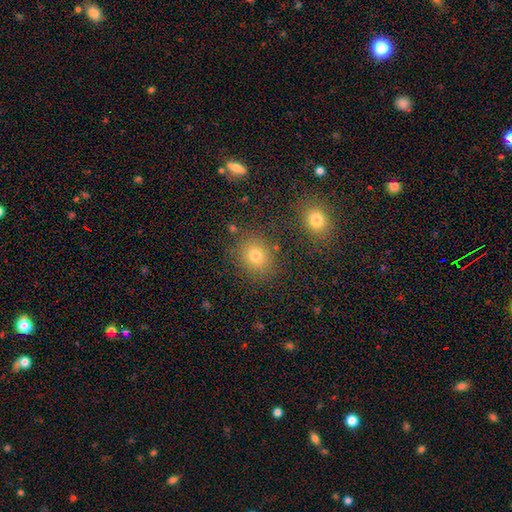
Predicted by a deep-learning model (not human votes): Smooth or featured? Predicted: smooth (p=0.76). How rounded? Predicted: round (p=0.68). Merging? Predicted: none (p=0.81).